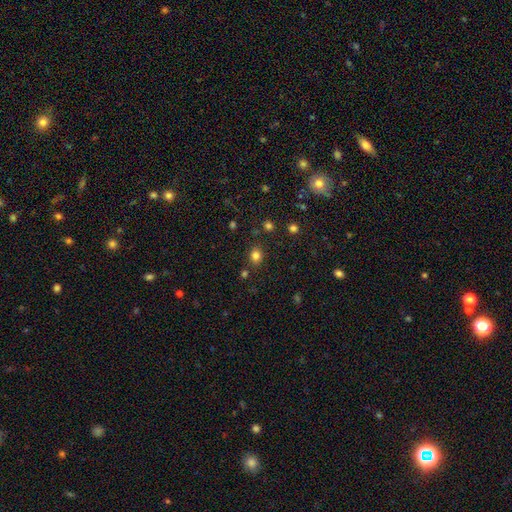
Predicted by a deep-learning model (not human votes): Q: Smooth or featured?
A: smooth (80%); runner-up: star or artifact (15%)
Q: How rounded?
A: round (68%); runner-up: in between (31%)
Q: Merging?
A: none (83%); runner-up: minor disturbance (10%)